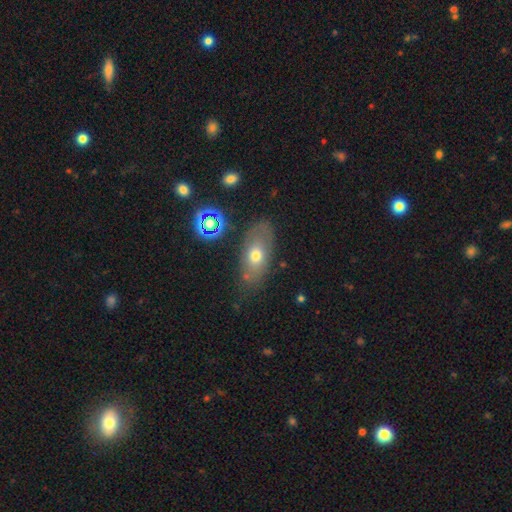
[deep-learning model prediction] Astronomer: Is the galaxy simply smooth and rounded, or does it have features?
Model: smooth — 58%.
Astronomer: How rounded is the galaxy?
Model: in between — 85%.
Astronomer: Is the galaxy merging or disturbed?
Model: none — 74%.